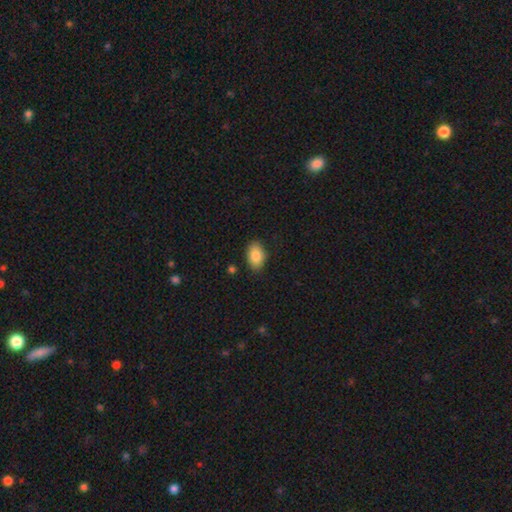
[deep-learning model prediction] This is clearly a smooth galaxy (86%). How rounded: clearly in between (91%). Merging: clearly none (86%).